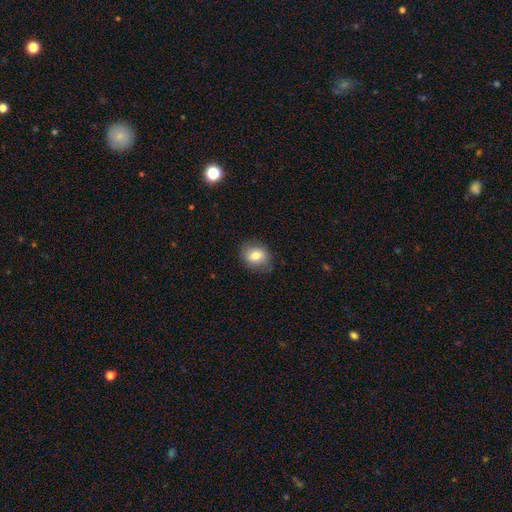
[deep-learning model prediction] Overall: smooth (79%). How rounded: round (52%; in between 47%). Merging: none (79%).